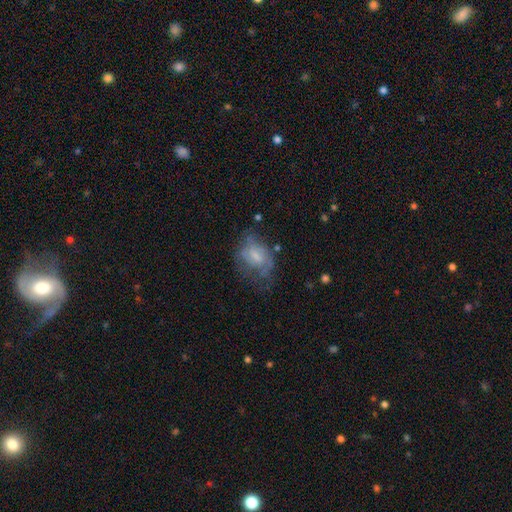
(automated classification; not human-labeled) Smooth or featured?
  - featured or disk: 47% *
  - smooth: 43%
  - star or artifact: 10%
Merging?
  - none: 40% *
  - major disturbance: 30%
  - minor disturbance: 27%
  - merger: 3%